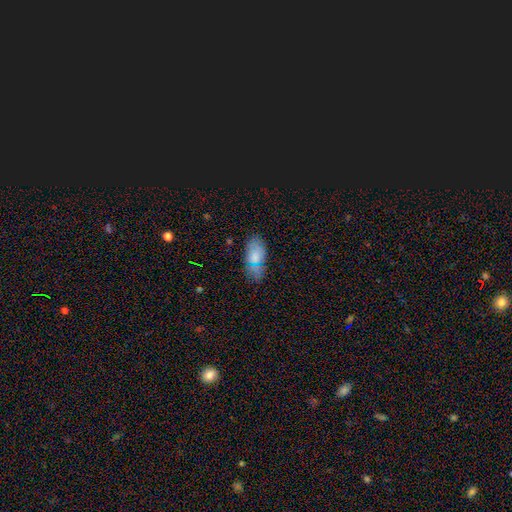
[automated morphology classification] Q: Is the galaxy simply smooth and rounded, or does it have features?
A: smooth — 73%.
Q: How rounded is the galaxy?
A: in between — 92%.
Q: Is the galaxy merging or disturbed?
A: none — 79%.